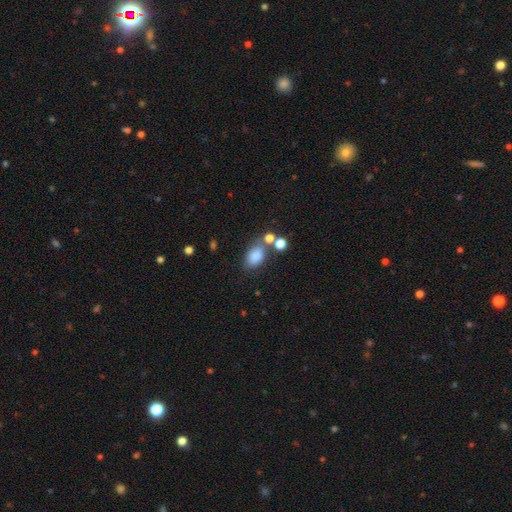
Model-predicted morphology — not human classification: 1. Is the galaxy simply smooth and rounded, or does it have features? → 82% smooth, 10% star or artifact, 8% featured or disk.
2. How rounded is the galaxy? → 84% in between, 14% round, 2% cigar-shaped.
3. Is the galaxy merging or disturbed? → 55% none, 21% merger, 17% minor disturbance, 7% major disturbance.